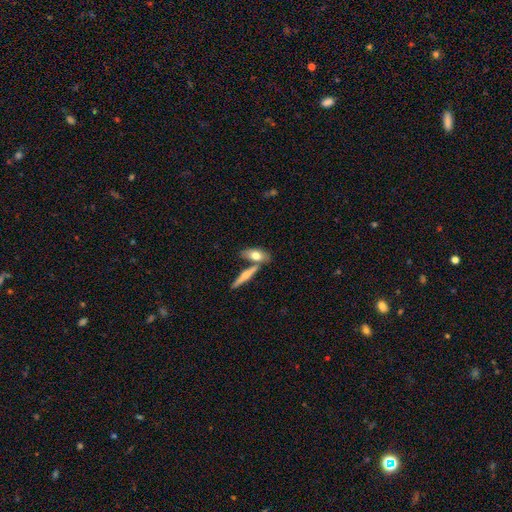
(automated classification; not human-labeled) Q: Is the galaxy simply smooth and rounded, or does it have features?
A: smooth — 62%.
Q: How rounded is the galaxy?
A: in between — 68%.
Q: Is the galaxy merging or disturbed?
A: none — 57%.